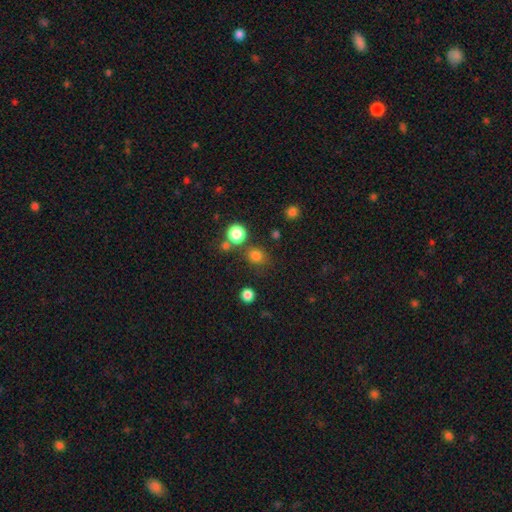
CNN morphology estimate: This appears to be a smooth galaxy with no disk features (79%) that is round (81%). Merging: none (74%).